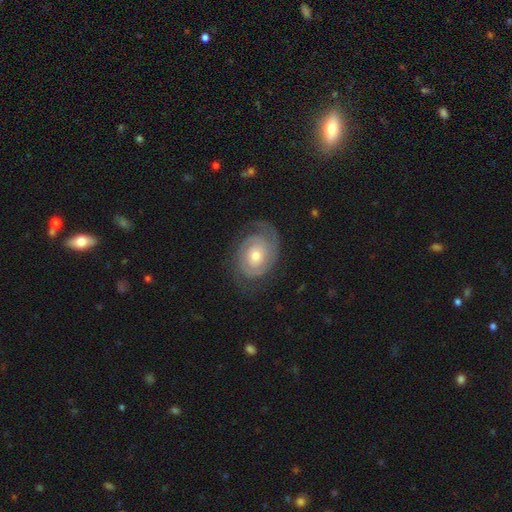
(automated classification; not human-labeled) A featured or disk galaxy (86%) with no bar (75%), 2 (70%) tight (71%) spiral arms (96%) and a moderate central bulge (58%). Merging: none (75%).